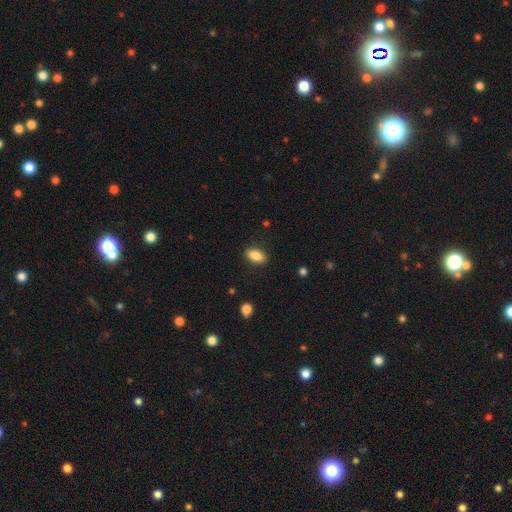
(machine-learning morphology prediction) A smooth galaxy with no disk features (87%) that is in between round and cigar-shaped (90%). Merging: none (86%).